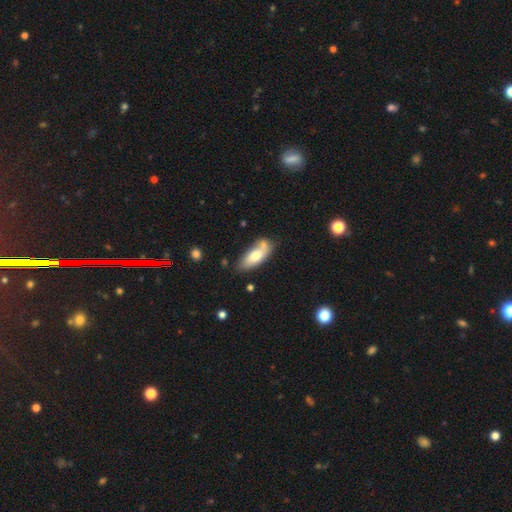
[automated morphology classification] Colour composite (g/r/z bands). It shows a smooth galaxy with no disk features (67%) that is in between round and cigar-shaped (80%). Merging: none (56%).